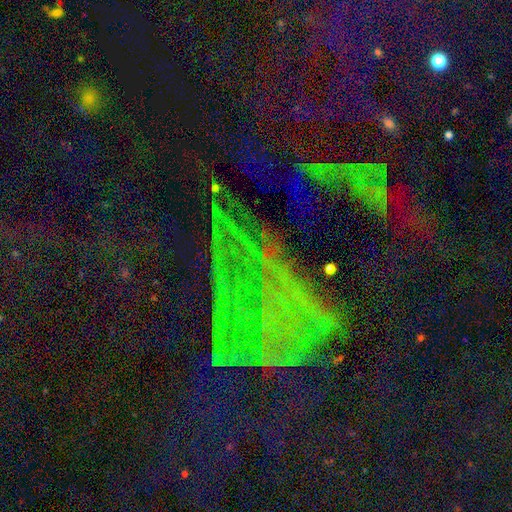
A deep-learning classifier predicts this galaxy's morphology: Q: Smooth or featured?
A: star or artifact (82%); runner-up: featured or disk (9%)